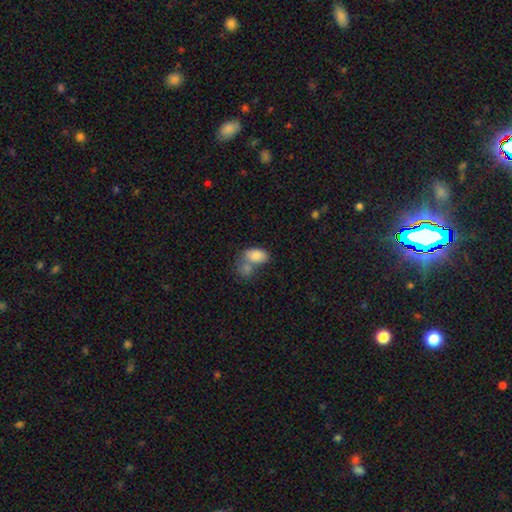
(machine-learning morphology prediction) Smooth or featured? Predicted: smooth (p=0.82). How rounded? Predicted: in between (p=0.90). Merging? Predicted: merger (p=0.52).